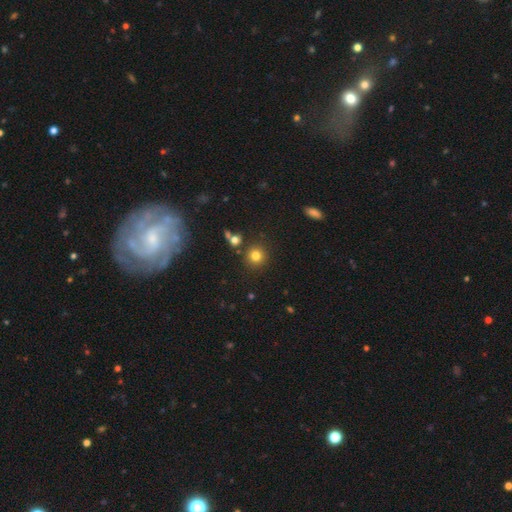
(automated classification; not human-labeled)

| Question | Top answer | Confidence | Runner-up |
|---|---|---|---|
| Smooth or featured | smooth | 79% | star or artifact (14%) |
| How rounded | round | 91% | in between (8%) |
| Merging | none | 84% | minor disturbance (7%) |